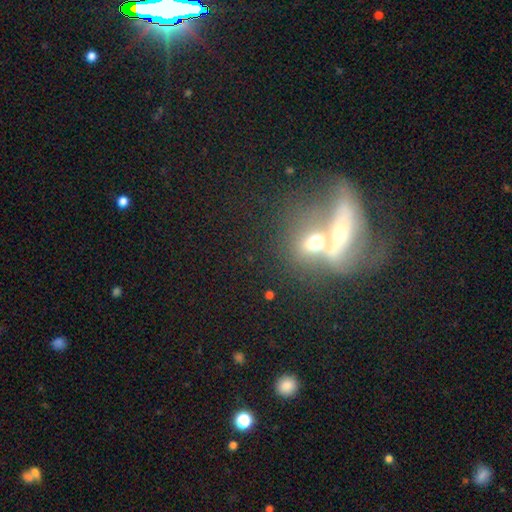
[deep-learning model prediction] A featured or disk galaxy (45%). Merging: merger (76%).